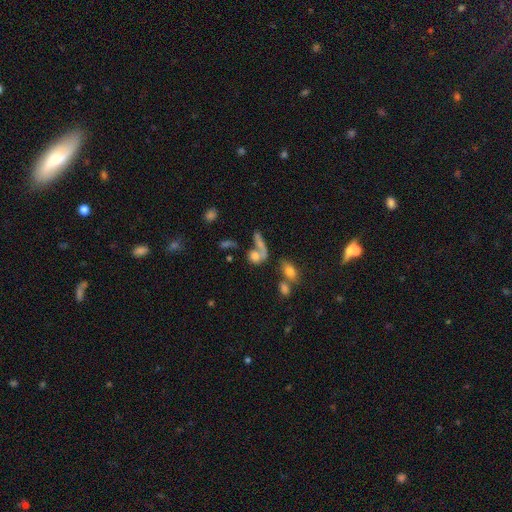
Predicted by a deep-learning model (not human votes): Morphology: type=smooth (60%); roundness=in between (48%); merging=merger (44%).